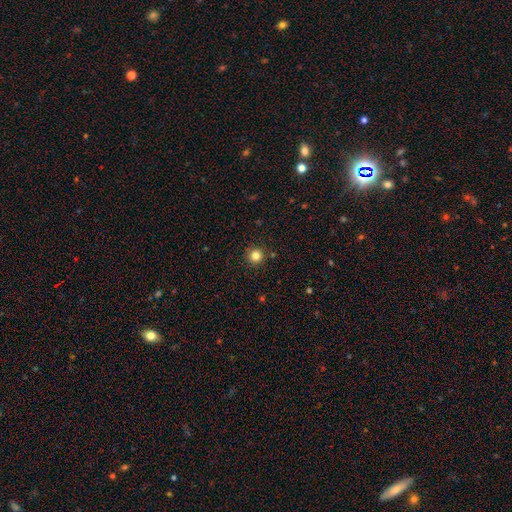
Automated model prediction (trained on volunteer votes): This appears to be a smooth galaxy with no disk features (82%) that is round (95%). Merging: none (91%).